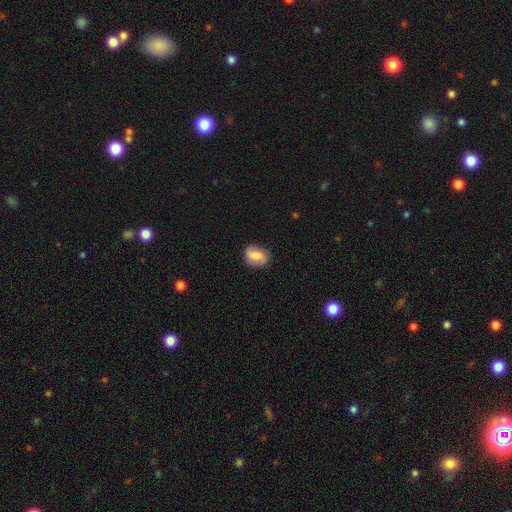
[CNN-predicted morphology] The model was most divided on "smooth or featured": smooth: 68%, featured or disk: 24%, star or artifact: 8%. More confident: merging — none (79%); how rounded — in between (71%).